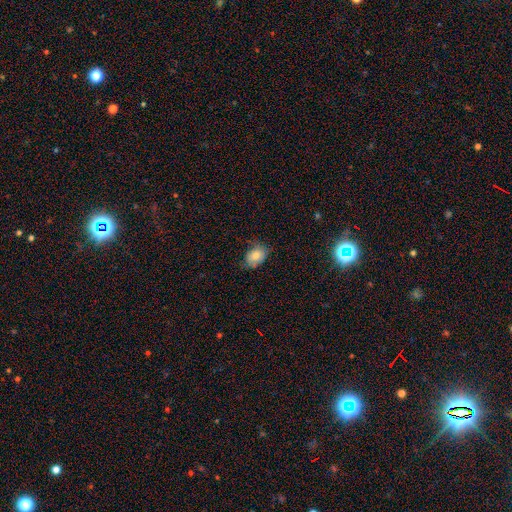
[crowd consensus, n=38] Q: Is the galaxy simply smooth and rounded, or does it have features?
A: smooth — 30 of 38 (79%).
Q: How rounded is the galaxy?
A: in between — 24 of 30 (80%).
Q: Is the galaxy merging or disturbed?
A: none — 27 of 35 (77%).